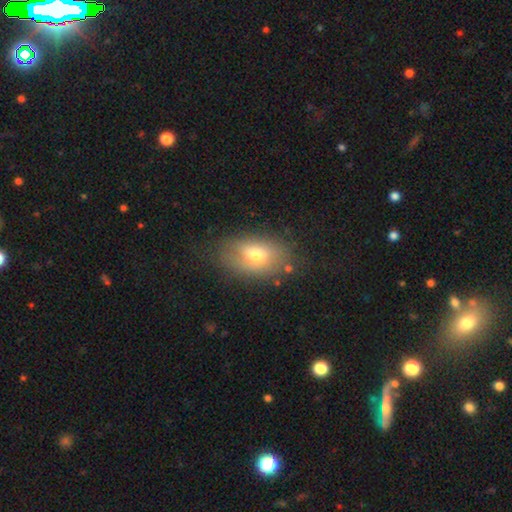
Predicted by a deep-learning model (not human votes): Morphology: type=smooth (66%); roundness=in between (86%); merging=none (68%).